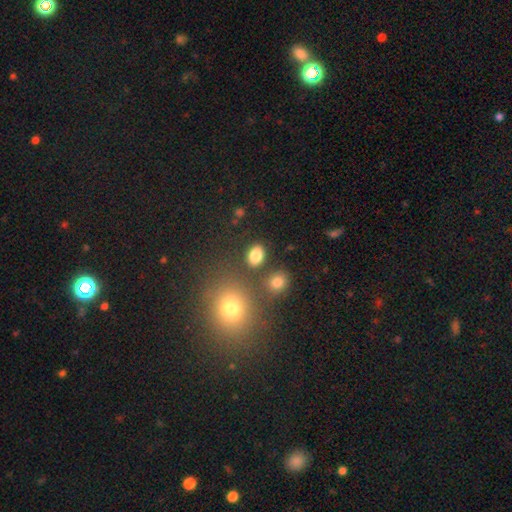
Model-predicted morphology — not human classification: smooth_or_featured: smooth (p=0.83) [alt: star or artifact p=0.11]
how_rounded: in between (p=0.68) [alt: round p=0.30]
merging: none (p=0.79) [alt: minor disturbance p=0.10]